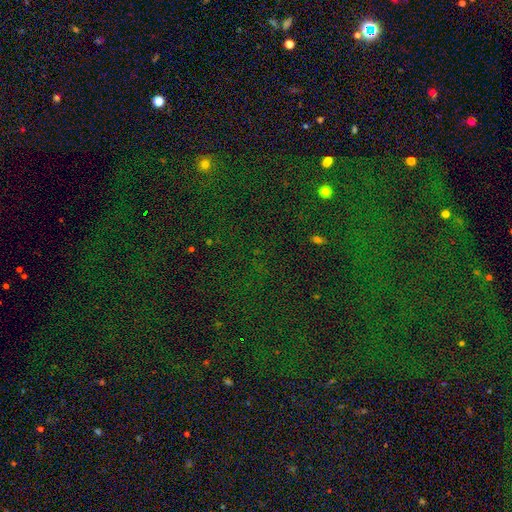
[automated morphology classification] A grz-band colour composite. It shows a star or artifact, not a galaxy (81%).